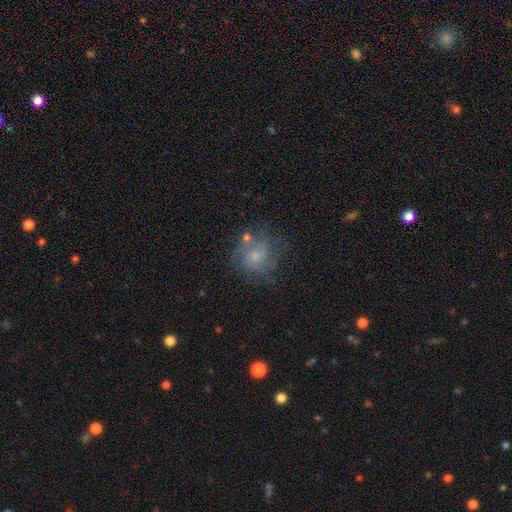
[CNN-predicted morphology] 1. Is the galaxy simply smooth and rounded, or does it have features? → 54% featured or disk, 35% smooth, 11% star or artifact.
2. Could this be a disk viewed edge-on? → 98% no, 2% yes.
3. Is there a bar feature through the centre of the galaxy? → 72% no, 25% weak, 3% strong.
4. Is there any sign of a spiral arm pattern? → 76% yes, 24% no.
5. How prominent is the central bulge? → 50% small, 34% moderate, 11% none, 3% large, 1% dominant.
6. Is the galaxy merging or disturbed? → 60% none, 20% minor disturbance, 13% major disturbance, 7% merger.